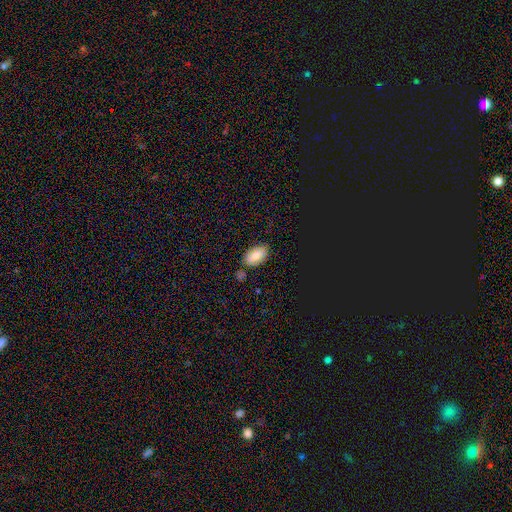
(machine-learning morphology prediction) Smooth or featured? smooth (84%)
How rounded? in between (93%)
Merging? none (76%)